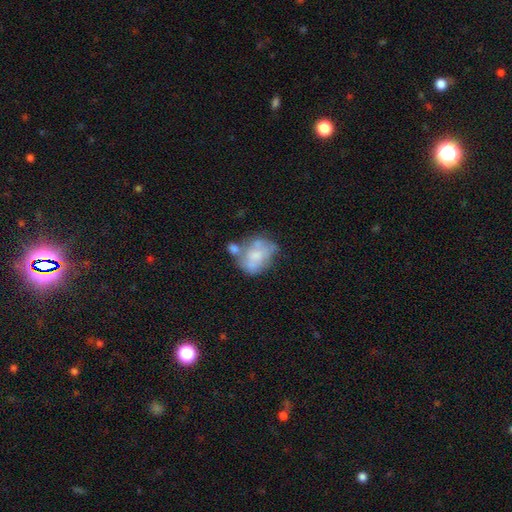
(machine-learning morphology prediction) This appears to be a smooth galaxy with no disk features (47%). Merging: merger (33%).